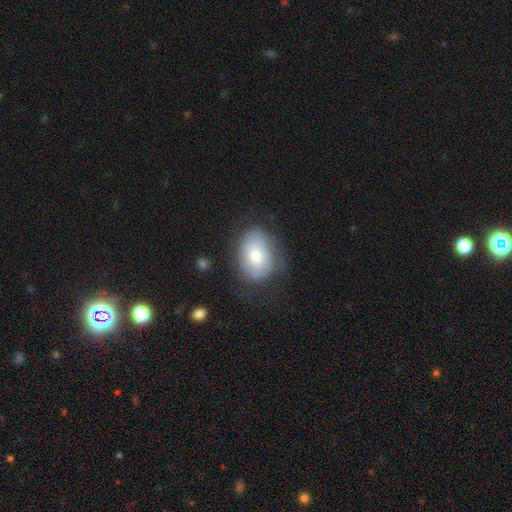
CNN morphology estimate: Smooth or featured: smooth — 49% (featured or disk — 38%)
Merging: none — 70% (minor disturbance — 21%)